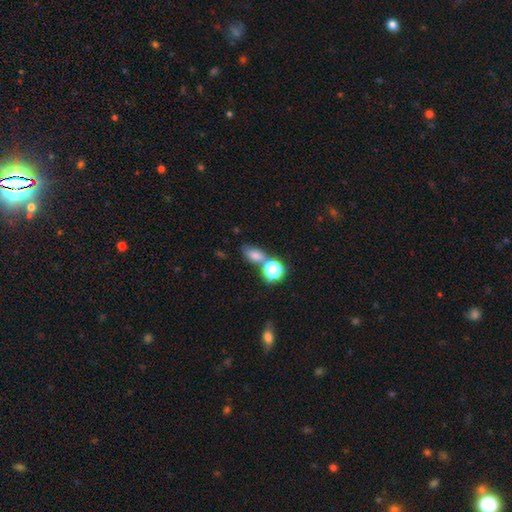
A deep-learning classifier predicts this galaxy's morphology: Smooth or featured: smooth — 70% (star or artifact — 20%)
How rounded: in between — 72% (round — 23%)
Merging: none — 53% (merger — 28%)